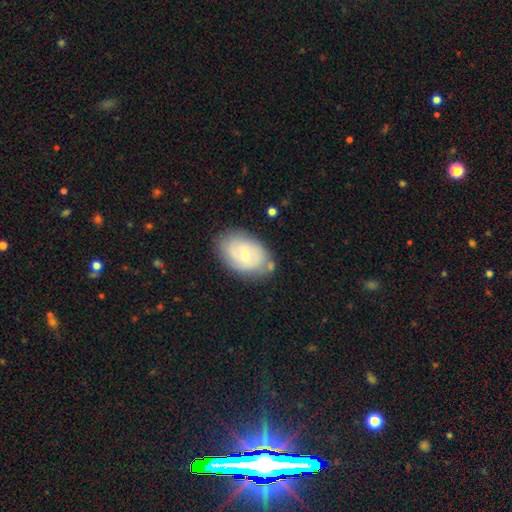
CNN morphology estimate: This appears to be a featured or disk galaxy (49%). Merging: none (69%).